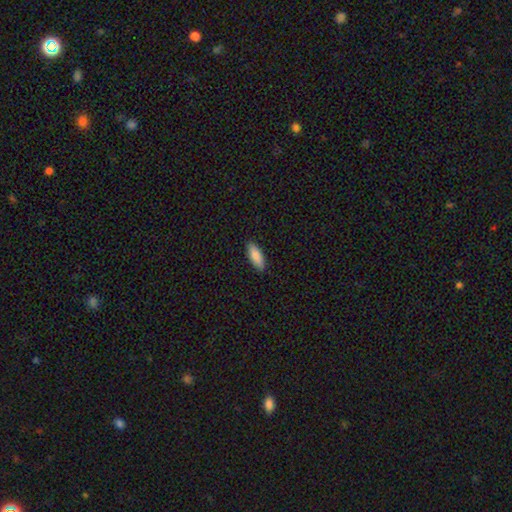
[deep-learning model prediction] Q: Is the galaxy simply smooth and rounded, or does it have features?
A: smooth — 88%.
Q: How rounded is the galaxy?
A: in between — 69%.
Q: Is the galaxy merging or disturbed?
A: none — 89%.